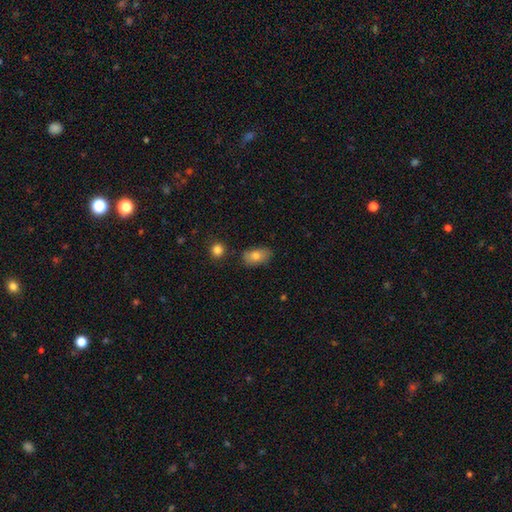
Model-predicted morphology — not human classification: A smooth galaxy with no disk features (77%) that is in between round and cigar-shaped (88%).

Vote fractions:
- Smooth or featured? smooth: 77% / featured or disk: 14% / star or artifact: 9%
- How rounded? in between: 88% / round: 10% / cigar-shaped: 2%
- Merging? none: 74% / minor disturbance: 19% / major disturbance: 4% / merger: 3%